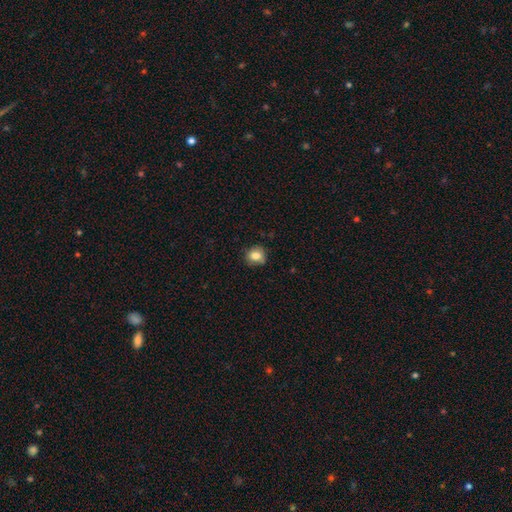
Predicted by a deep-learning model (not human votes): Smooth or featured: smooth — 81% (star or artifact — 10%)
How rounded: round — 74% (in between — 26%)
Merging: none — 76% (minor disturbance — 18%)